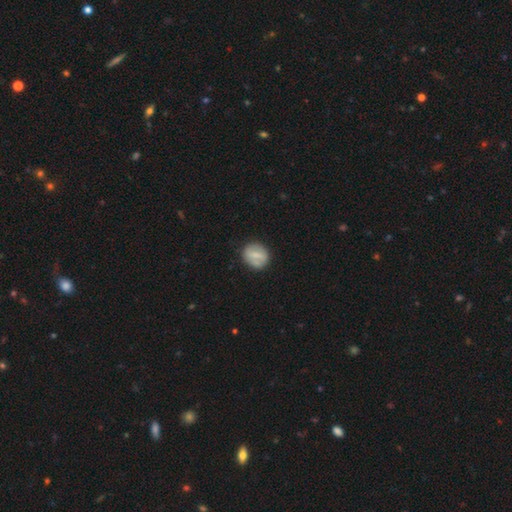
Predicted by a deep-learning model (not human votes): Morphology: type=smooth (58%); roundness=round (66%); merging=none (83%).